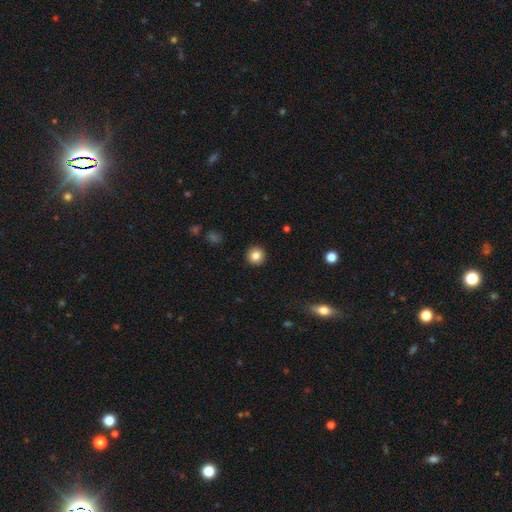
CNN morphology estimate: A smooth galaxy with no disk features (84%) that is round (95%).

Vote fractions:
- Smooth or featured? smooth: 84% / star or artifact: 10% / featured or disk: 6%
- How rounded? round: 95% / in between: 4% / cigar-shaped: 1%
- Merging? none: 93% / minor disturbance: 4% / major disturbance: 2% / merger: 1%